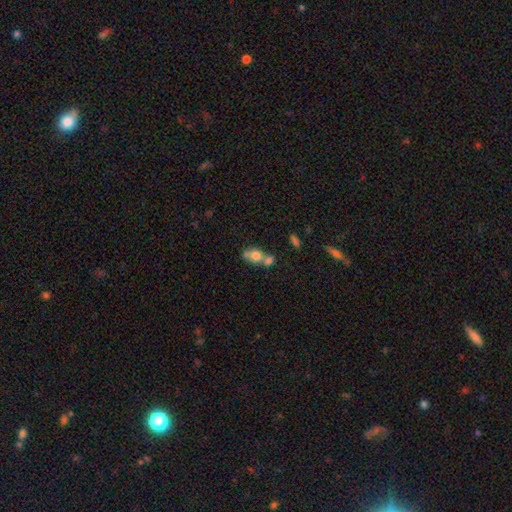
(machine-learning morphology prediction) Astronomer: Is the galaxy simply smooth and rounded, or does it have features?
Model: smooth — 73%.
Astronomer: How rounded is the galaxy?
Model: in between — 64%.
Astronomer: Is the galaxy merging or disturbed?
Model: merger — 57%.